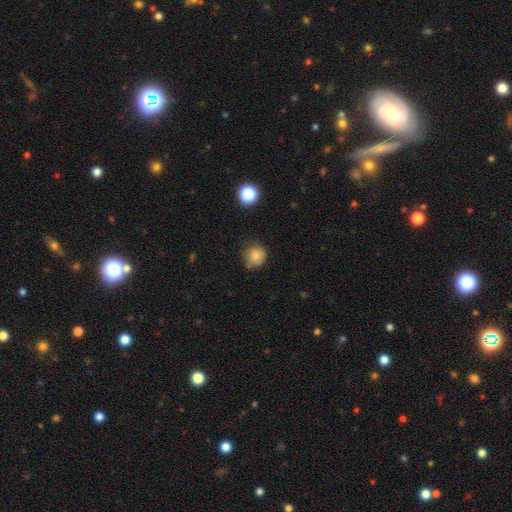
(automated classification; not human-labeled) Smooth or featured?
  - smooth: 84% *
  - star or artifact: 11%
  - featured or disk: 5%
How rounded?
  - round: 89% *
  - in between: 10%
  - cigar-shaped: 1%
Merging?
  - none: 73% *
  - minor disturbance: 21%
  - major disturbance: 4%
  - merger: 2%